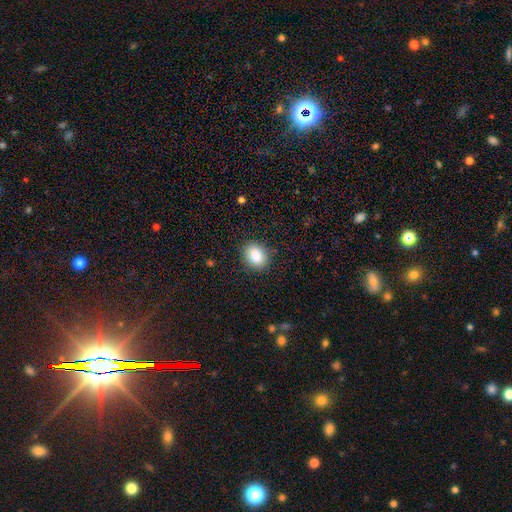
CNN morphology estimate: smooth_or_featured: smooth (p=0.85) [alt: star or artifact p=0.09]
how_rounded: round (p=0.52) [alt: in between p=0.48]
merging: none (p=0.86) [alt: minor disturbance p=0.10]